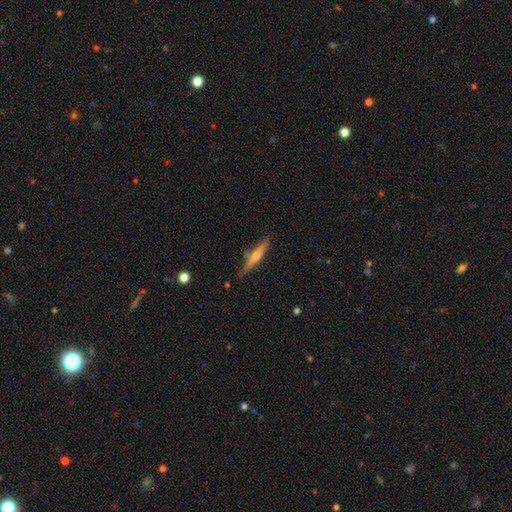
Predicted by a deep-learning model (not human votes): smooth-or-featured: featured or disk: 68% | smooth: 25% | star or artifact: 7%
  disk-edge-on: yes: 96% | no: 4%
    edge-on-bulge: rounded: 84% | none: 9% | boxy: 7%
  merging: none: 80% | minor disturbance: 14% | merger: 3% | major disturbance: 3%